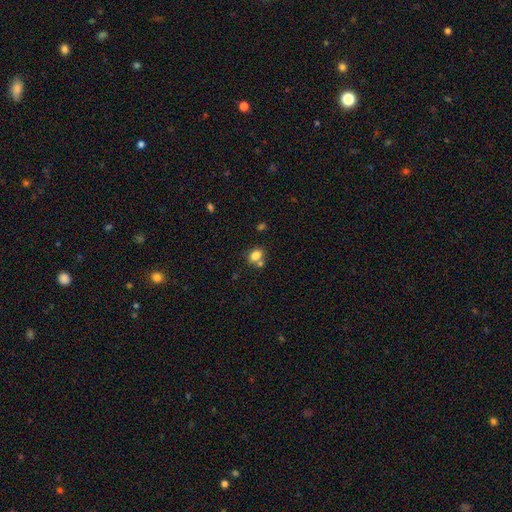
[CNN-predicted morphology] A smooth galaxy with no disk features (81%) that is in between round and cigar-shaped (62%). Merging: none (56%).